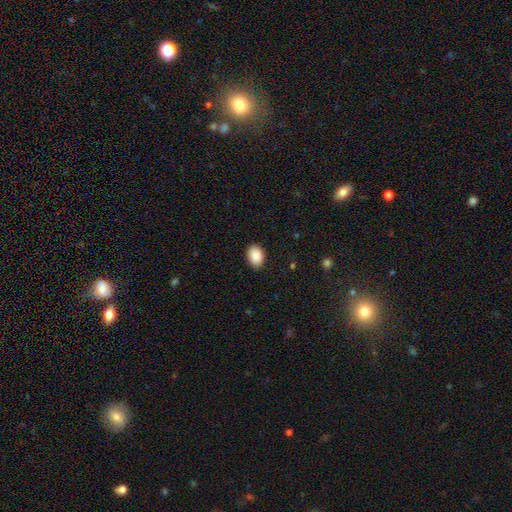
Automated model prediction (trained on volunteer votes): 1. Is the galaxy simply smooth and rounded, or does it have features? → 90% smooth, 7% star or artifact, 3% featured or disk.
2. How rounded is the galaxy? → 77% in between, 22% round, 1% cigar-shaped.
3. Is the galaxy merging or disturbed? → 87% none, 10% minor disturbance, 2% major disturbance, 1% merger.